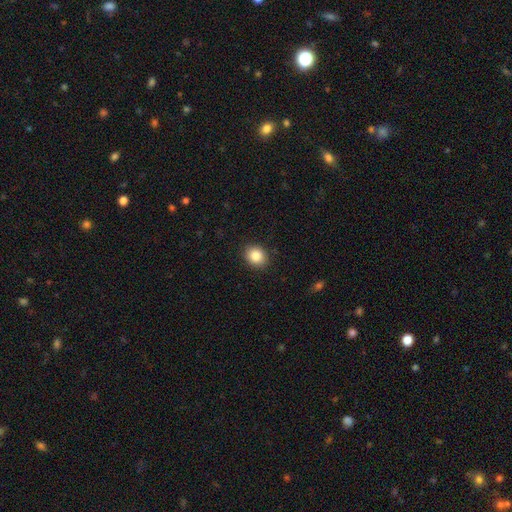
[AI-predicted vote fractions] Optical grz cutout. It shows a smooth galaxy with no disk features (86%) that is round (62%). Merging: none (90%).